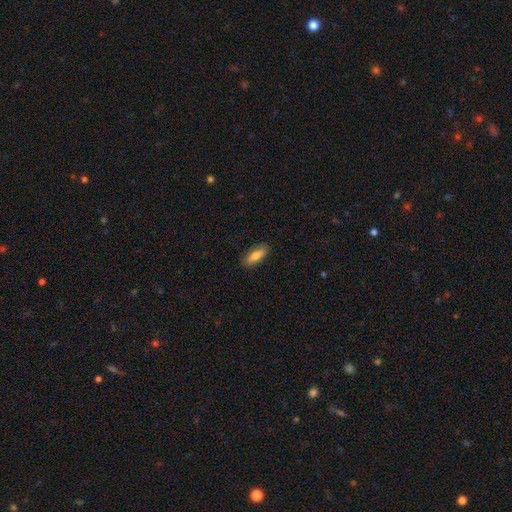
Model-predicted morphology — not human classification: Smooth or featured? smooth (71%)
How rounded? in between (59%)
Merging? none (85%)